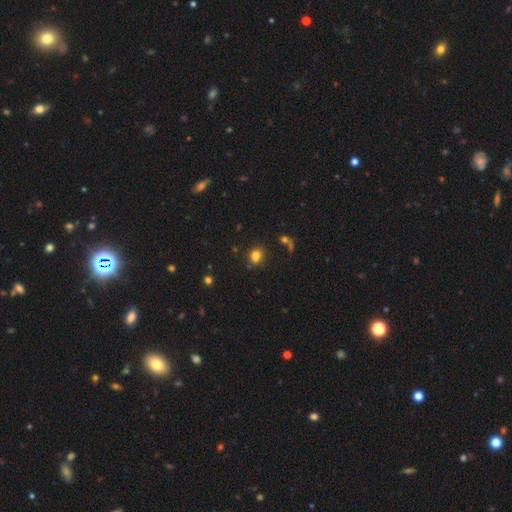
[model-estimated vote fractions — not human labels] Q: Smooth or featured?
A: smooth (79%); runner-up: star or artifact (14%)
Q: How rounded?
A: round (66%); runner-up: in between (33%)
Q: Merging?
A: none (76%); runner-up: minor disturbance (13%)